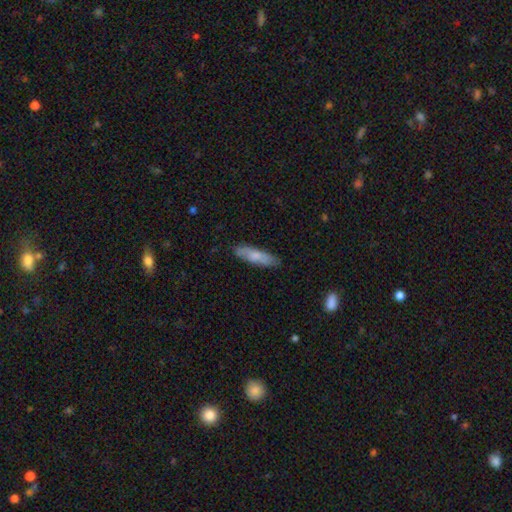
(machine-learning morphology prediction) Smooth or featured: smooth — 72% (featured or disk — 23%)
How rounded: cigar-shaped — 68% (in between — 30%)
Merging: none — 82% (minor disturbance — 14%)